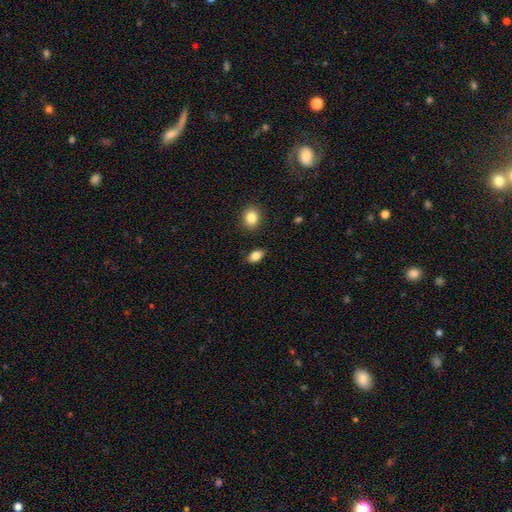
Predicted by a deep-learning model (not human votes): Morphology: type=smooth (83%); roundness=in between (84%); merging=none (86%).